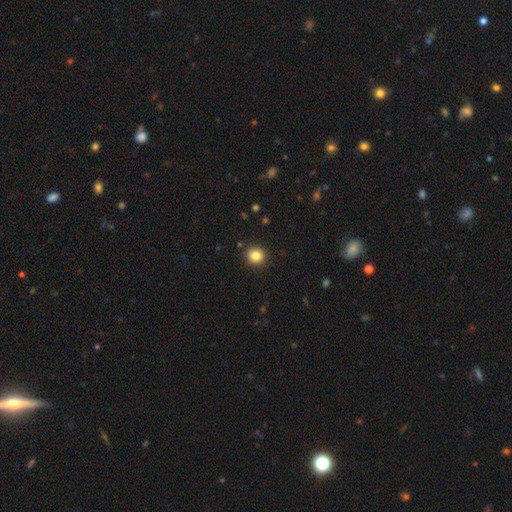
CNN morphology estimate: A smooth galaxy with no disk features (85%) that is round (83%). Merging: none (90%).